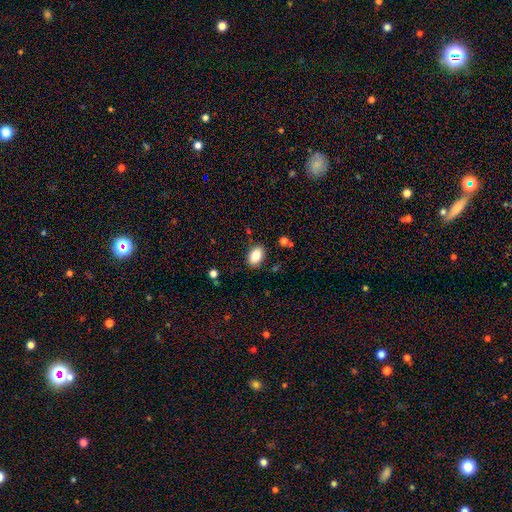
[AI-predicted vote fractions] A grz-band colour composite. It shows a smooth galaxy with no disk features (83%) that is in between round and cigar-shaped (85%). Merging: none (86%).